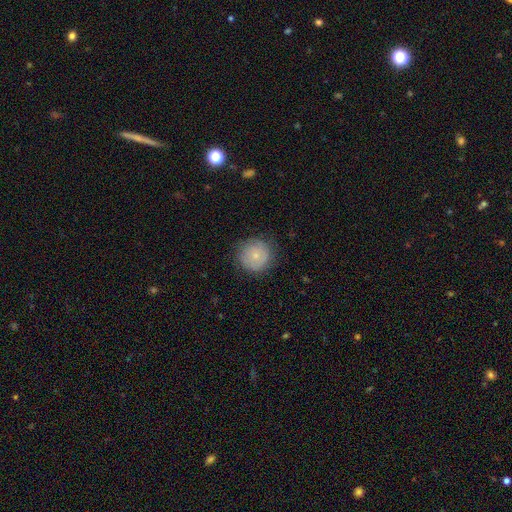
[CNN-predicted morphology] A smooth galaxy with no disk features (70%) that is round (94%). Merging: none (81%).